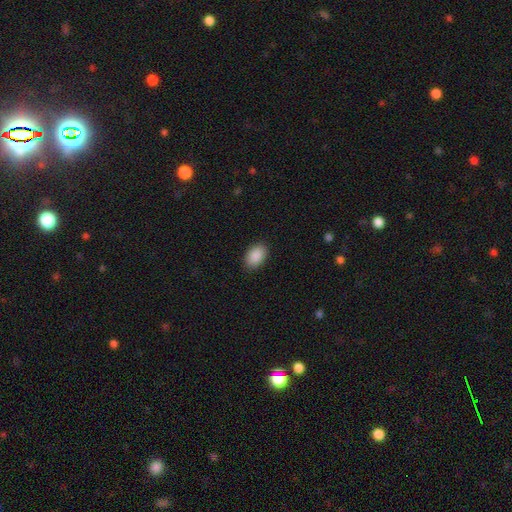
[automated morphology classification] Smooth or featured?
  - smooth: 90% *
  - star or artifact: 7%
  - featured or disk: 3%
How rounded?
  - in between: 89% *
  - round: 10%
  - cigar-shaped: 1%
Merging?
  - none: 89% *
  - minor disturbance: 8%
  - major disturbance: 2%
  - merger: 1%